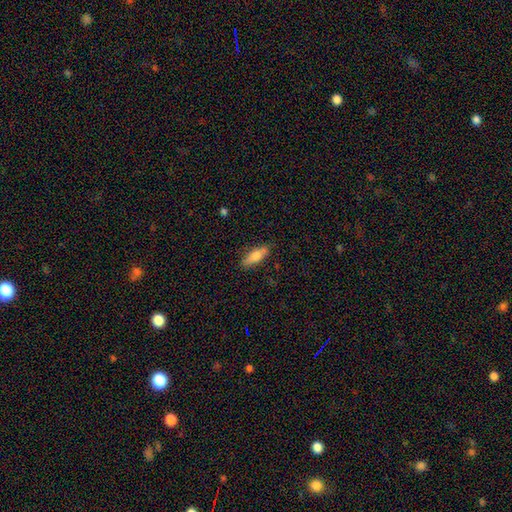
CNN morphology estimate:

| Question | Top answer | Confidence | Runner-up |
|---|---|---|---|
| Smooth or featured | smooth | 72% | featured or disk (22%) |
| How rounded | in between | 58% | cigar-shaped (40%) |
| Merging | none | 82% | minor disturbance (14%) |